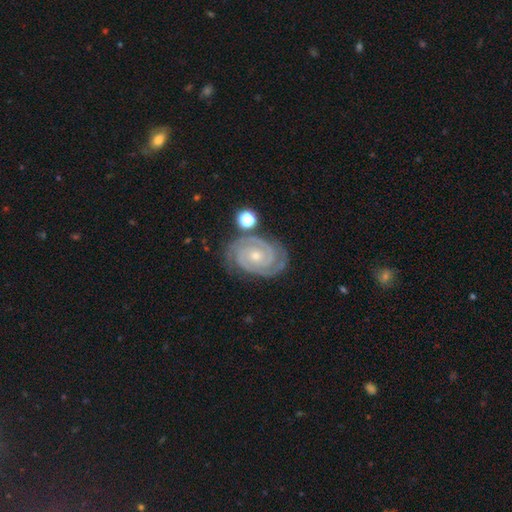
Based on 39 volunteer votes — A featured or disk galaxy (95%) with no bar (59%), 2 (84%) tight (84%) spiral arms (100%) and a small central bulge (65%). Merging: none (76%).